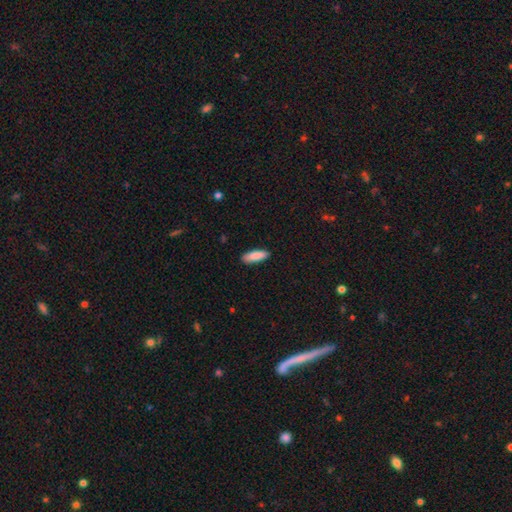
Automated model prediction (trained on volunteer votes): Q: Smooth or featured?
A: smooth (89%); runner-up: star or artifact (6%)
Q: How rounded?
A: in between (57%); runner-up: cigar-shaped (41%)
Q: Merging?
A: none (88%); runner-up: minor disturbance (9%)